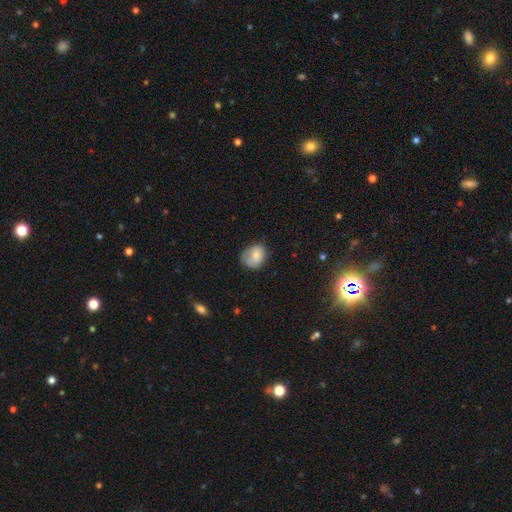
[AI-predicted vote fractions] smooth-or-featured: smooth: 75% | featured or disk: 17% | star or artifact: 8%
  how-rounded: in between: 54% | round: 45% | cigar-shaped: 1%
  merging: none: 53% | minor disturbance: 34% | major disturbance: 11% | merger: 2%